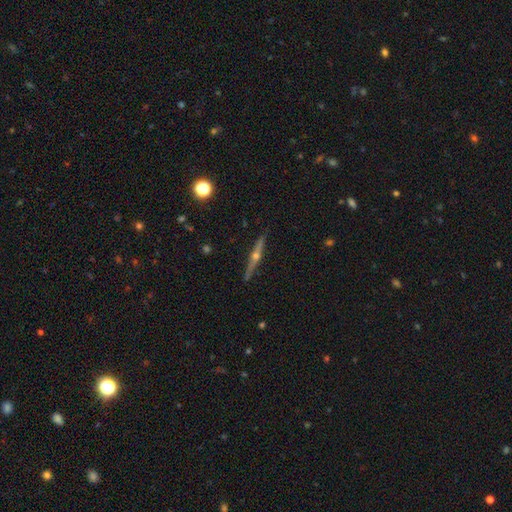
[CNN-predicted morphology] The model was most divided on "smooth or featured": featured or disk: 83%, smooth: 11%, star or artifact: 6%. More confident: edge-on disk — yes (98%); edge-on bulge — rounded (95%); merging — none (91%).